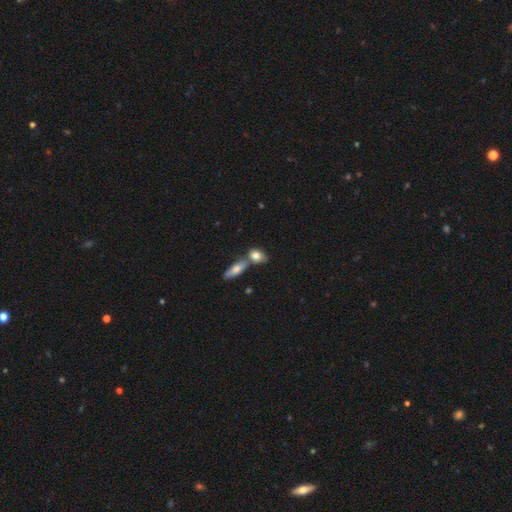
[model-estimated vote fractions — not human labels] Smooth or featured: smooth — 78% (featured or disk — 15%)
How rounded: in between — 77% (round — 14%)
Merging: merger — 43% (tied with none — 43%)